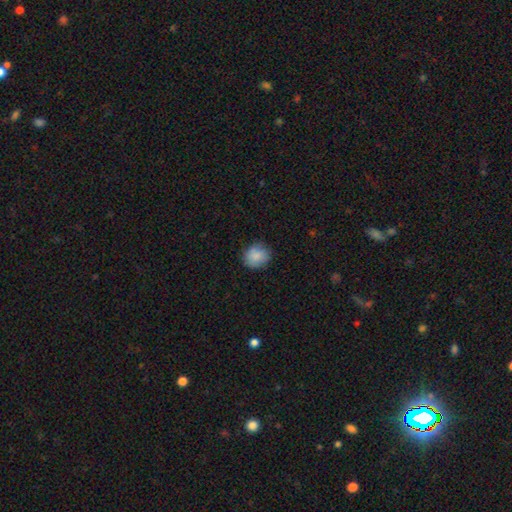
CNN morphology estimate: smooth-or-featured: smooth: 87% | star or artifact: 7% | featured or disk: 5%
  how-rounded: round: 81% | in between: 18% | cigar-shaped: 1%
  merging: none: 83% | minor disturbance: 13% | major disturbance: 3% | merger: 1%